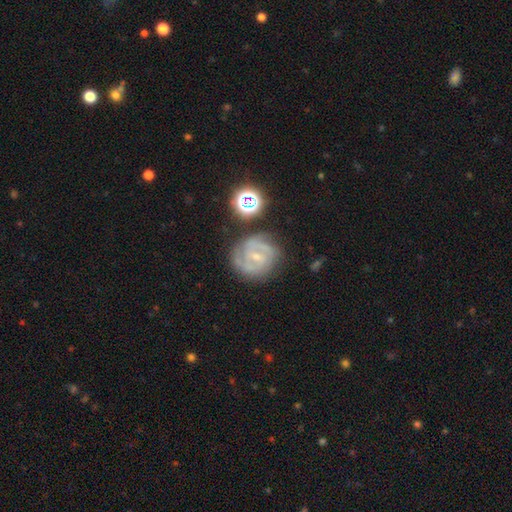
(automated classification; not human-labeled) featured or disk 82%, smooth 10%, star or artifact 8%. Down the decision tree: edge-on disk — no (98%); bar — weak (47%); spiral arms — yes (96%); spiral arm count — 2 (51%); spiral winding — tight (57%); bulge size — small (70%); merging — none (72%).